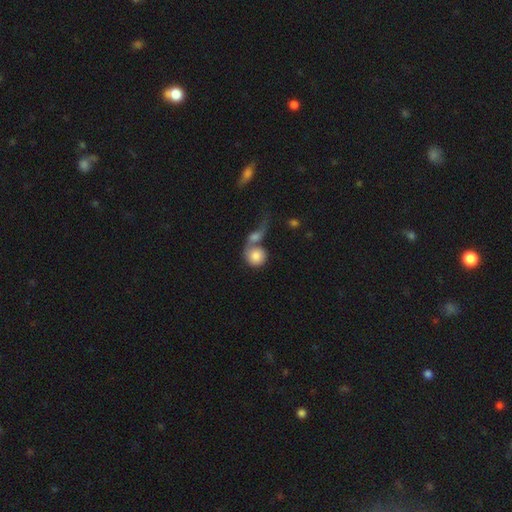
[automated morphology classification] This appears to be a smooth galaxy with no disk features (77%) that is round (84%). Merging: merger (63%).